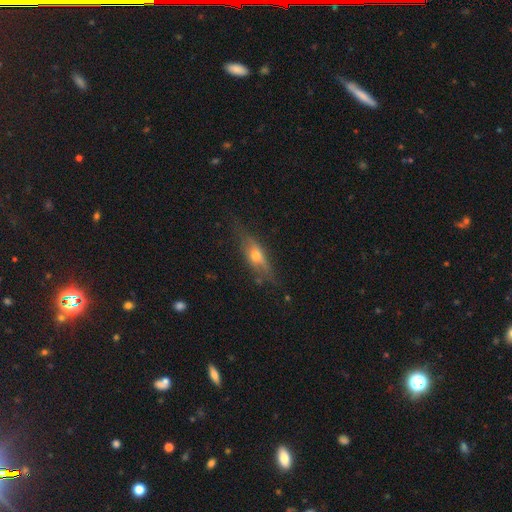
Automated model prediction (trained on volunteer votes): Smooth or featured? Predicted: smooth (p=0.46). Merging? Predicted: none (p=0.65).